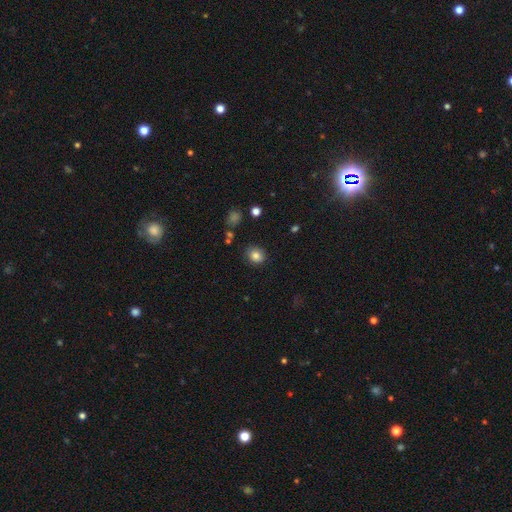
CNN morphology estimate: A smooth galaxy with no disk features (83%) that is round (70%).

Vote fractions:
- Smooth or featured? smooth: 83% / star or artifact: 11% / featured or disk: 6%
- How rounded? round: 70% / in between: 29% / cigar-shaped: 1%
- Merging? none: 83% / minor disturbance: 12% / major disturbance: 3% / merger: 2%